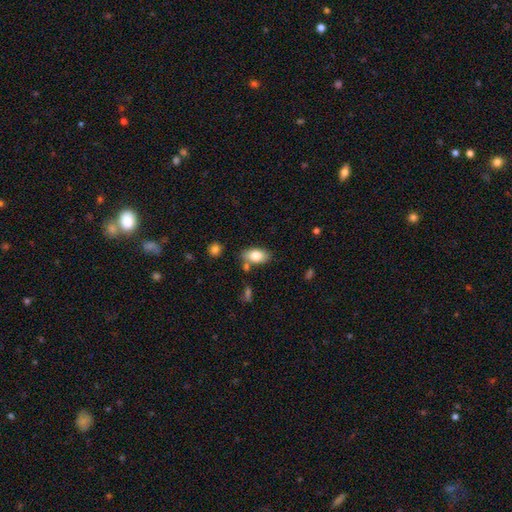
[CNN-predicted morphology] Smooth or featured? smooth (79%)
How rounded? in between (92%)
Merging? none (76%)